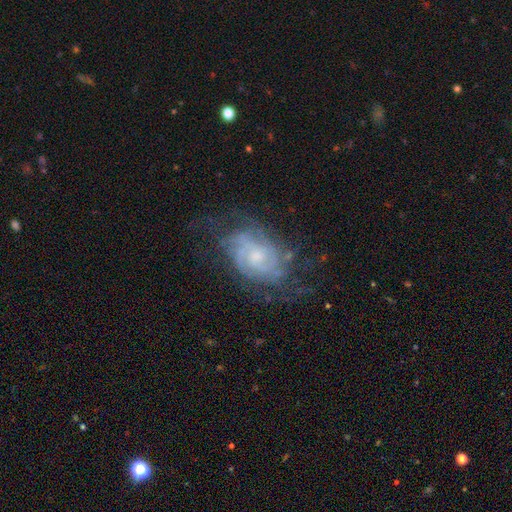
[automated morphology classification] A featured or disk galaxy (80%) with no bar (68%), tight (62%) spiral arms (93%) and a small central bulge (58%). Merging: none (63%).